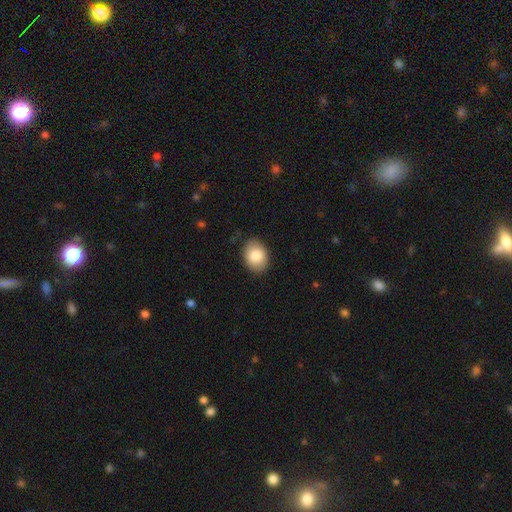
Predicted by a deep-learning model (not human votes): This is clearly a smooth galaxy (86%). How rounded: likely in between (68%). Merging: clearly none (86%).